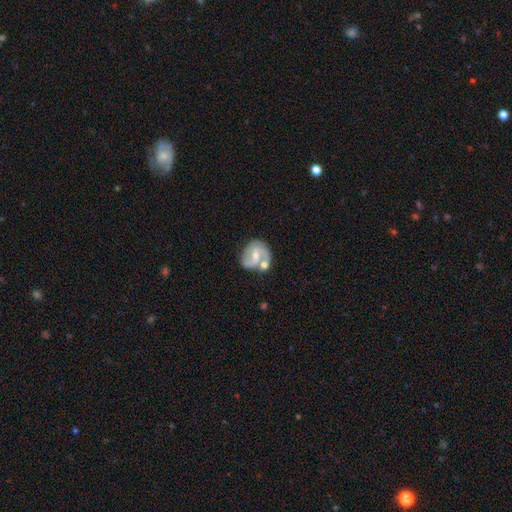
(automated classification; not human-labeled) Morphology: type=featured or disk (78%); edge-on=no (98%); bar=weak (51%); spiral arms=yes (91%); winding=medium (51%); arm count=2 (80%); bulge=moderate (52%); merging=none (50%).